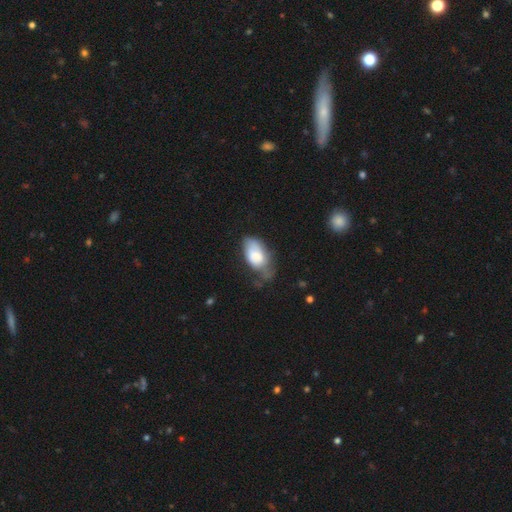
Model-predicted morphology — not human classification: Overall: smooth (69%). How rounded: in between (92%). Merging: minor disturbance (40%; none 29%).